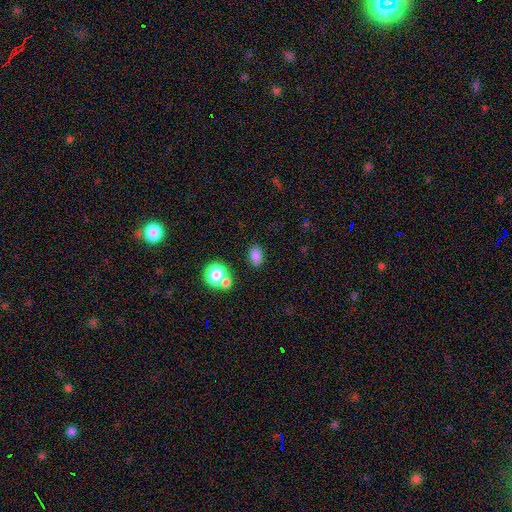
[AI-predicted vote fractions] Smooth or featured? smooth (82%)
How rounded? in between (80%)
Merging? none (75%)